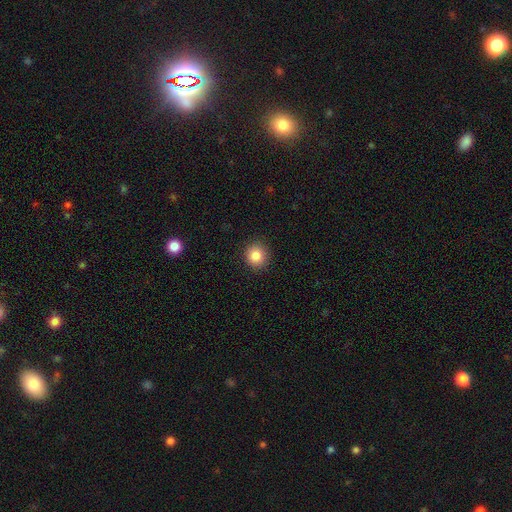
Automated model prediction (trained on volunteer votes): smooth 84%, star or artifact 10%, featured or disk 6%. Down the decision tree: how rounded — round (90%); merging — none (91%).